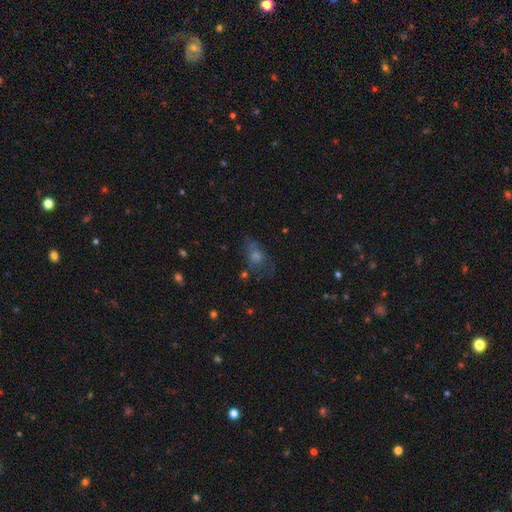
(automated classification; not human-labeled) Morphology: type=smooth (41%); merging=none (63%).